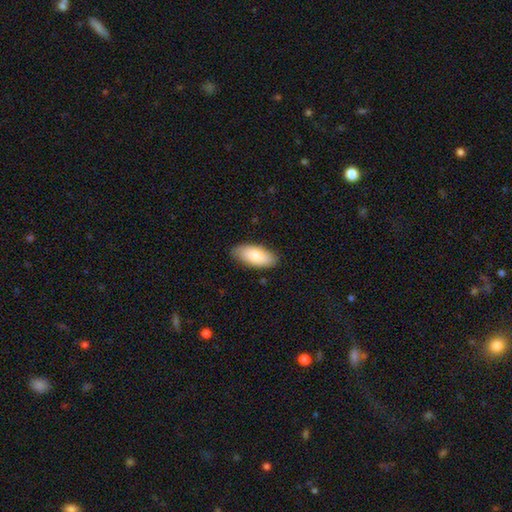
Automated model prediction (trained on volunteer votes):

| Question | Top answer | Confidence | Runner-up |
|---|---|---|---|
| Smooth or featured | smooth | 82% | featured or disk (13%) |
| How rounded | in between | 90% | cigar-shaped (8%) |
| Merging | none | 84% | minor disturbance (12%) |